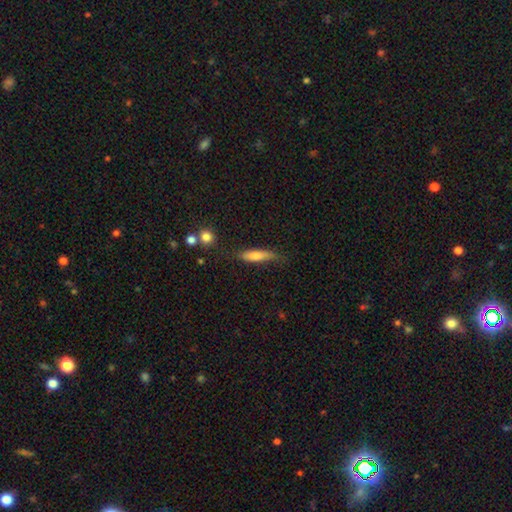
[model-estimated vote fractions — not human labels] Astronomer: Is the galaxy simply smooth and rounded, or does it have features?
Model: smooth — 68%.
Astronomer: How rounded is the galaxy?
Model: cigar-shaped — 70%.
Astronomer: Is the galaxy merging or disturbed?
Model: none — 64%.